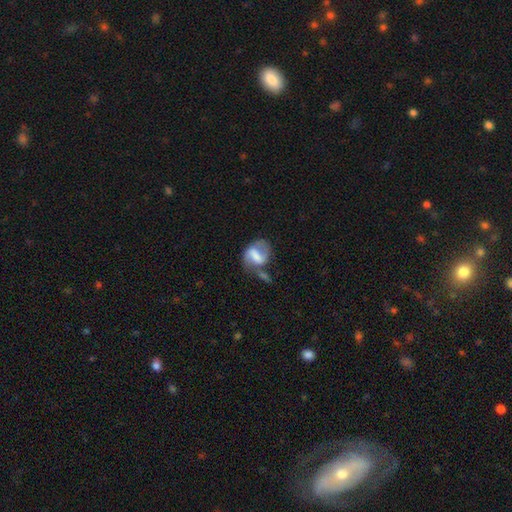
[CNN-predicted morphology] Smooth or featured? featured or disk (55%)
Edge-on disk? no (96%)
Bar? strong (49%)
Spiral arms? yes (67%)
Bulge size? none (31%)
Merging? none (34%)